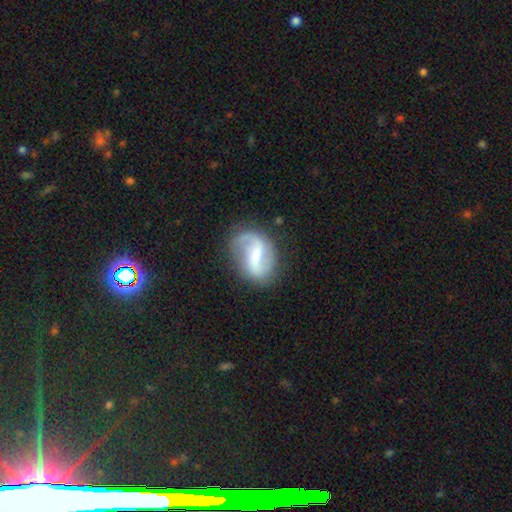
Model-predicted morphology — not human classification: Overall: featured or disk (77%). Edge-on disk: no (97%). Bar: weak (48%; strong 37%). Spiral arms: yes (92%). Spiral arm count: 2 (83%). Spiral winding: loose (55%; medium 34%). Bulge size: small (41%; moderate 40%). Merging: none (70%).